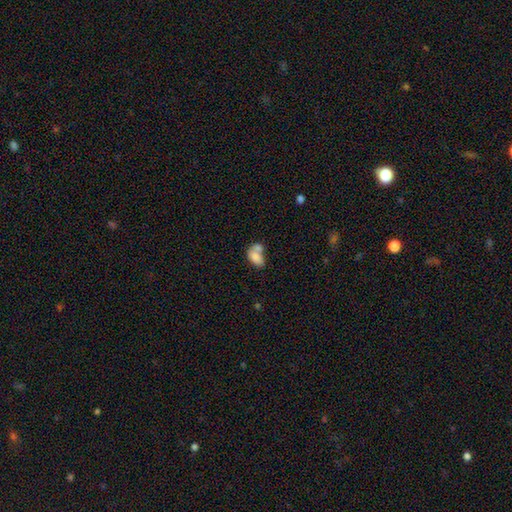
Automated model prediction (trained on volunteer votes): The model was most divided on "merging": merger: 57%, none: 24%, minor disturbance: 12%, major disturbance: 7%. More confident: how rounded — in between (89%); smooth or featured — smooth (78%).